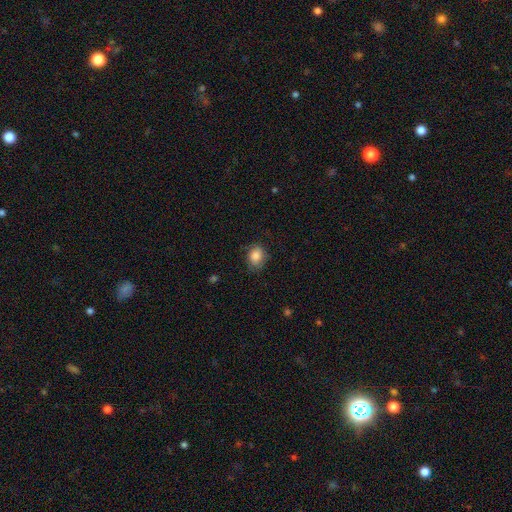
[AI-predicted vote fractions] A smooth galaxy with no disk features (81%) that is in between round and cigar-shaped (56%).

Vote fractions:
- Smooth or featured? smooth: 81% / featured or disk: 11% / star or artifact: 8%
- How rounded? in between: 56% / round: 43% / cigar-shaped: 1%
- Merging? none: 73% / minor disturbance: 20% / major disturbance: 6% / merger: 1%